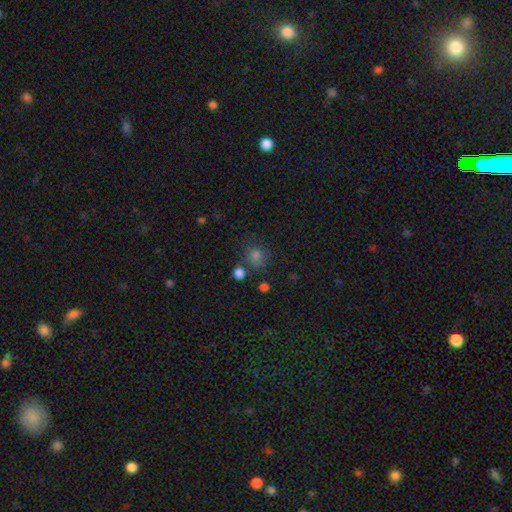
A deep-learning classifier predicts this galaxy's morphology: Smooth or featured?
  - smooth: 69% *
  - star or artifact: 23%
  - featured or disk: 8%
How rounded?
  - round: 80% *
  - in between: 19%
  - cigar-shaped: 1%
Merging?
  - none: 69% *
  - minor disturbance: 15%
  - merger: 10%
  - major disturbance: 6%